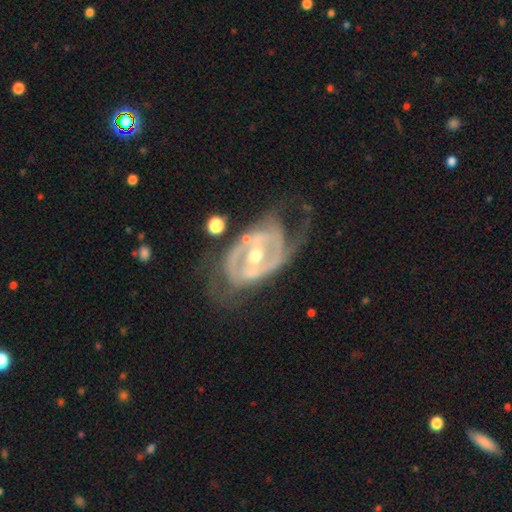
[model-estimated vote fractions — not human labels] Morphology: type=featured or disk (85%); edge-on=no (95%); bar=no (34%); spiral arms=yes (69%); winding=tight (43%); arm count=2 (63%); bulge=moderate (72%); merging=none (52%).